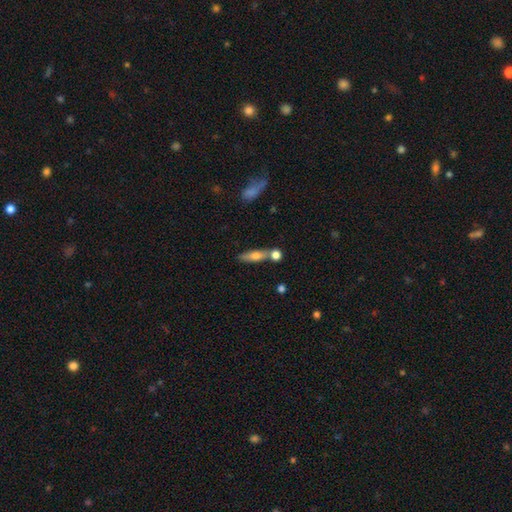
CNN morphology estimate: Overall: smooth (63%; featured or disk 30%). How rounded: cigar-shaped (61%; in between 34%). Merging: none (62%; merger 23%).